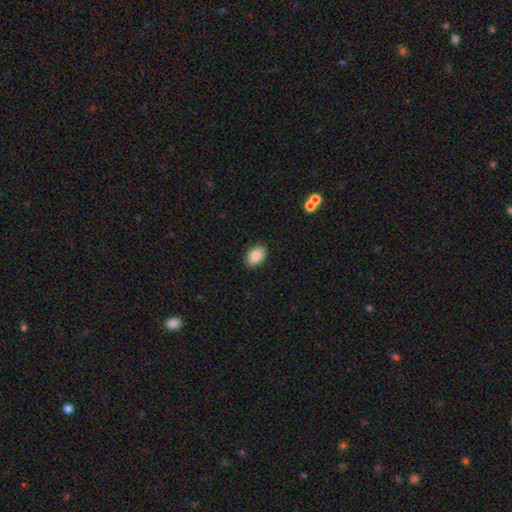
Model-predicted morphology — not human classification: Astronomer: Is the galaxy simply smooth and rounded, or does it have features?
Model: smooth — 88%.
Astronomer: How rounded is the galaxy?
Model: in between — 85%.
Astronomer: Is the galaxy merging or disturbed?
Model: none — 89%.